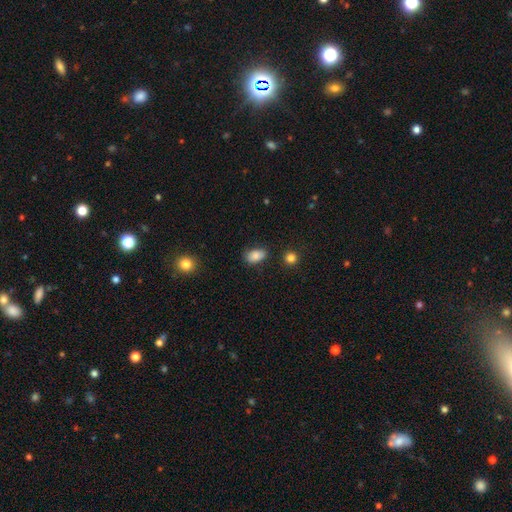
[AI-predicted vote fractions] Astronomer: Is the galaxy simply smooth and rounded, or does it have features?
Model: smooth — 85%.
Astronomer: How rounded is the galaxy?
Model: in between — 88%.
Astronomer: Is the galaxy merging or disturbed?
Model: none — 75%.